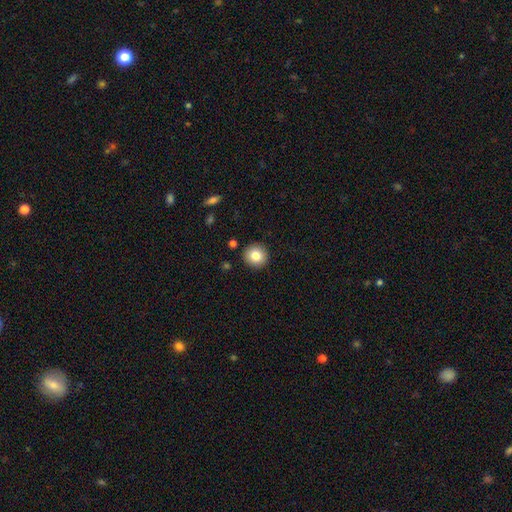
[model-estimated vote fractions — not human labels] smooth_or_featured: smooth (p=0.83) [alt: star or artifact p=0.09]
how_rounded: round (p=0.93) [alt: in between p=0.07]
merging: none (p=0.91) [alt: minor disturbance p=0.06]